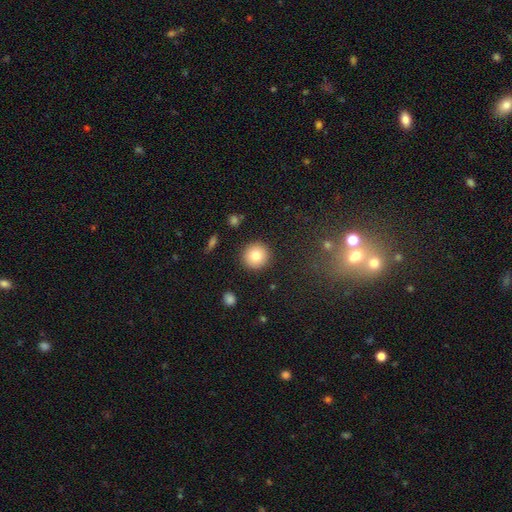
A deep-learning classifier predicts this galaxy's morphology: The model was most divided on "smooth or featured": smooth: 82%, featured or disk: 9%, star or artifact: 9%. More confident: how rounded — round (94%); merging — none (91%).